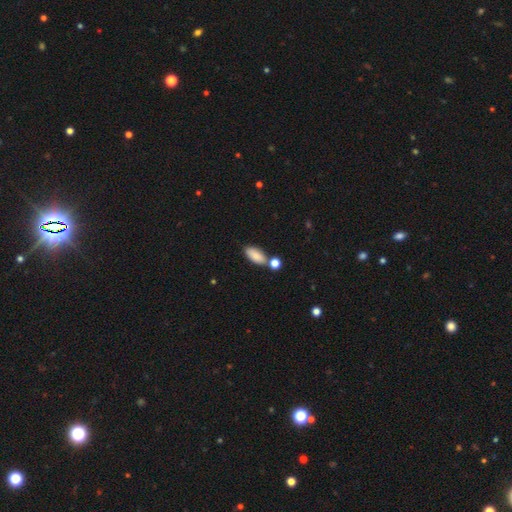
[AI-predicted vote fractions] Overall: smooth (87%). How rounded: in between (87%). Merging: none (65%).